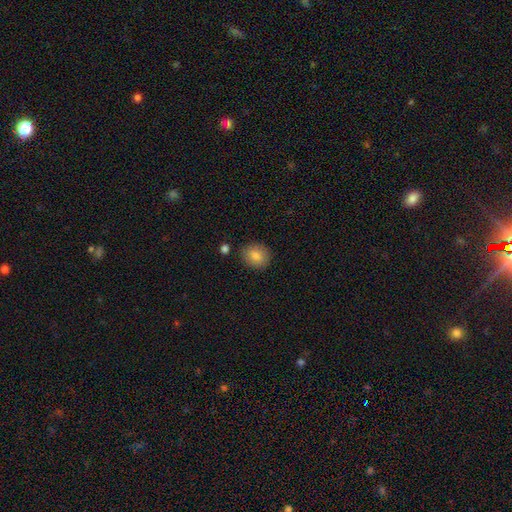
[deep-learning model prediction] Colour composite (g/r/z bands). It shows a smooth galaxy with no disk features (84%) that is round (63%). Merging: none (85%).